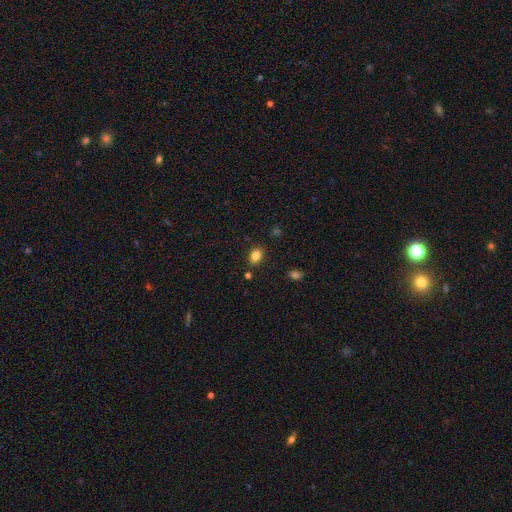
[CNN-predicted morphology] The model was most divided on "how rounded": in between: 70%, round: 28%, cigar-shaped: 1%. More confident: merging — none (85%); smooth or featured — smooth (83%).